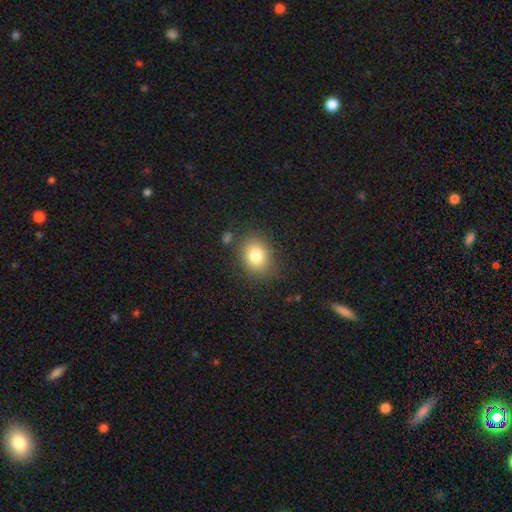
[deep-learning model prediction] This is clearly a smooth galaxy (81%). How rounded: possibly round (51%). Merging: clearly none (81%).